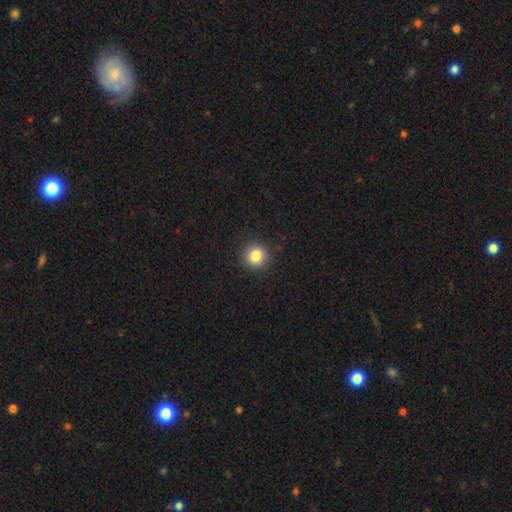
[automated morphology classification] This appears to be a smooth galaxy with no disk features (83%) that is round (92%). Merging: none (91%).